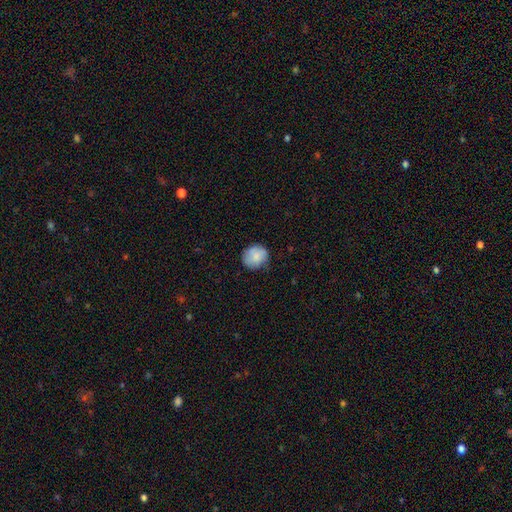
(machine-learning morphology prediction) This is likely a smooth galaxy (80%). How rounded: clearly round (81%). Merging: likely none (70%).